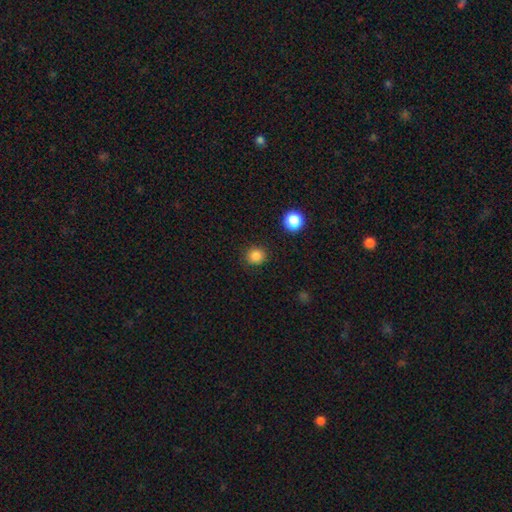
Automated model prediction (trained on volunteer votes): smooth_or_featured: smooth (p=0.85) [alt: star or artifact p=0.12]
how_rounded: round (p=0.90) [alt: in between p=0.09]
merging: none (p=0.89) [alt: minor disturbance p=0.07]